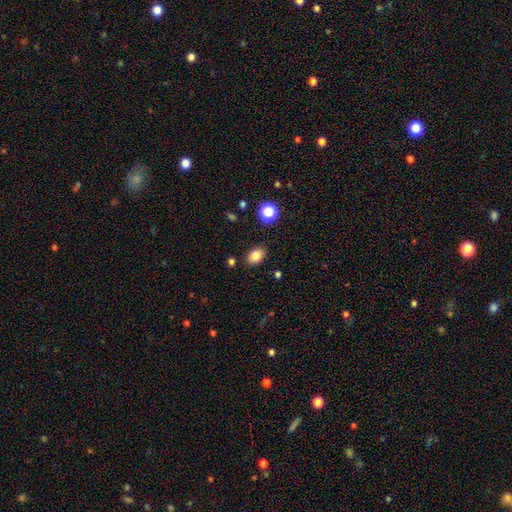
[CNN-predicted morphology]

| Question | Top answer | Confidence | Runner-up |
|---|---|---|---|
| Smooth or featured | smooth | 82% | star or artifact (11%) |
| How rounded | in between | 75% | round (24%) |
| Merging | none | 85% | minor disturbance (10%) |